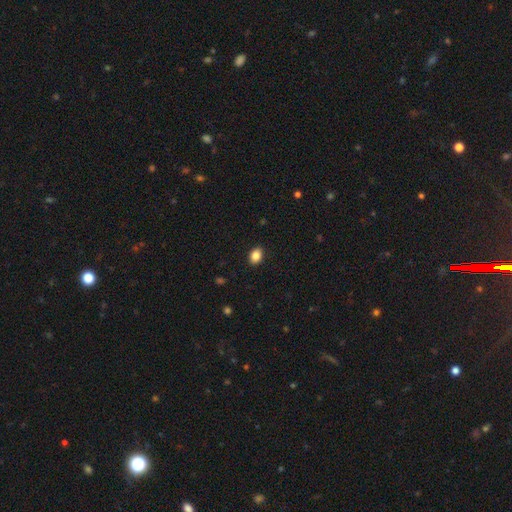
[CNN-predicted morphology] type=smooth (86%); roundness=in between (72%); merging=none (90%).